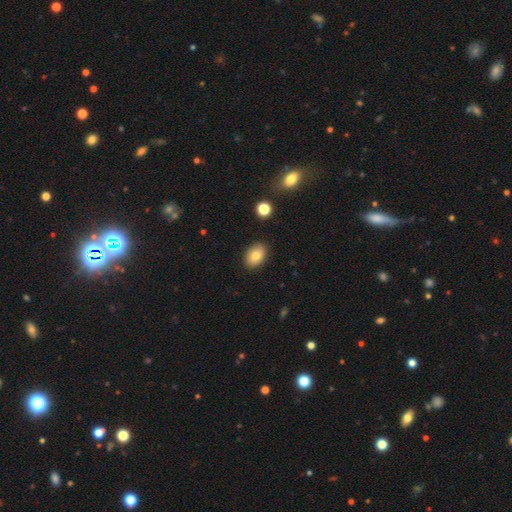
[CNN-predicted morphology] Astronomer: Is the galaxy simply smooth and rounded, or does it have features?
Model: smooth — 80%.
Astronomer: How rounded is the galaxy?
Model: in between — 83%.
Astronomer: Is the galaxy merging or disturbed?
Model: none — 88%.